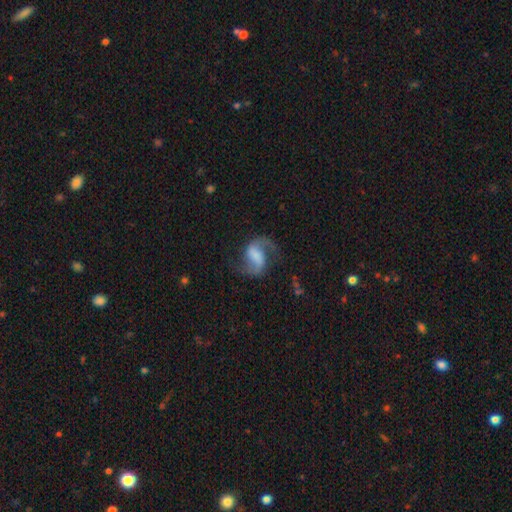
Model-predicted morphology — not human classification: Overall: featured or disk (86%). Edge-on disk: no (98%). Bar: weak (45%; strong 31%). Spiral arms: yes (97%). Spiral arm count: 2 (93%). Spiral winding: loose (57%; medium 37%). Bulge size: none (43%; moderate 19%). Merging: none (73%).